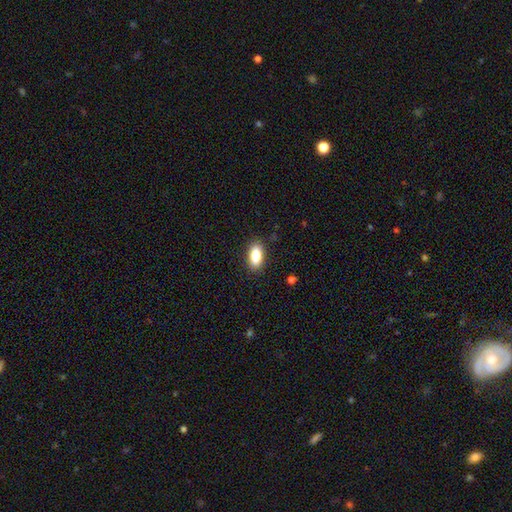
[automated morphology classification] Overall: smooth (81%). How rounded: in between (86%). Merging: none (87%).